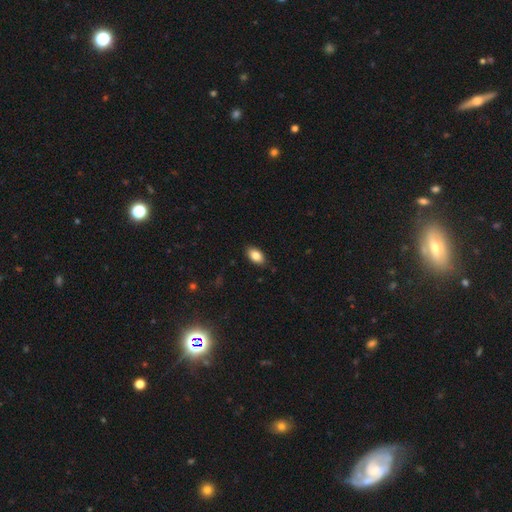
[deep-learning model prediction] smooth_or_featured: smooth (p=0.85) [alt: featured or disk p=0.08]
how_rounded: in between (p=0.92) [alt: round p=0.05]
merging: none (p=0.87) [alt: minor disturbance p=0.10]